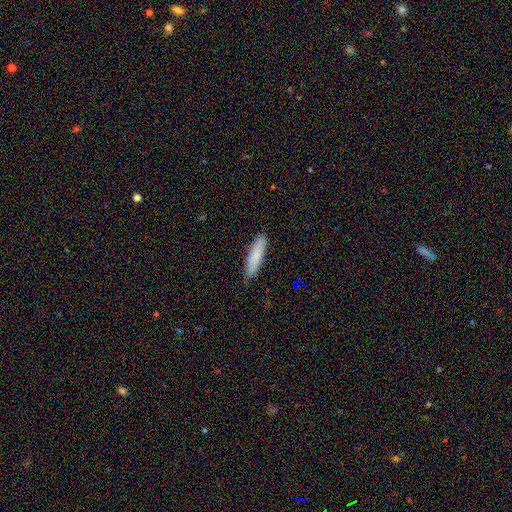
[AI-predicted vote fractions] A smooth galaxy with no disk features (81%) that is cigar-shaped (79%).

Vote fractions:
- Smooth or featured? smooth: 81% / featured or disk: 13% / star or artifact: 7%
- How rounded? cigar-shaped: 79% / in between: 20% / round: 1%
- Merging? none: 83% / minor disturbance: 14% / major disturbance: 2% / merger: 1%